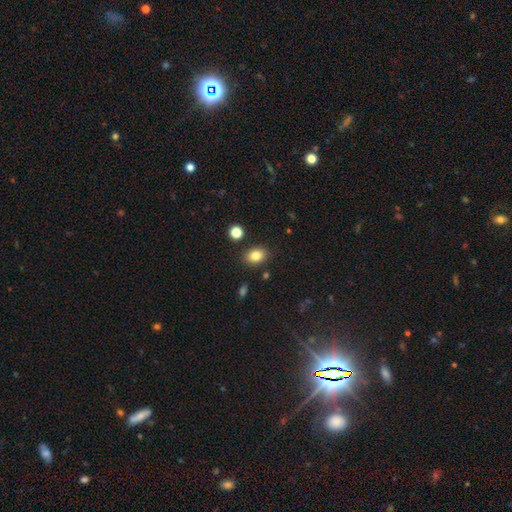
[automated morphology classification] Smooth or featured: smooth — 83% (star or artifact — 10%)
How rounded: in between — 67% (round — 32%)
Merging: none — 85% (minor disturbance — 9%)